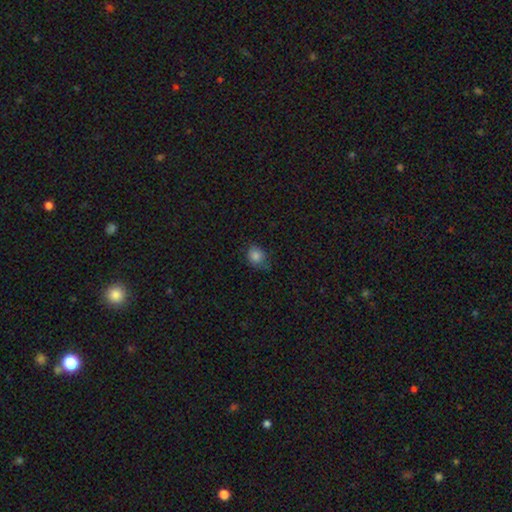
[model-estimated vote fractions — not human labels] Smooth or featured? smooth (82%)
How rounded? round (71%)
Merging? none (65%)